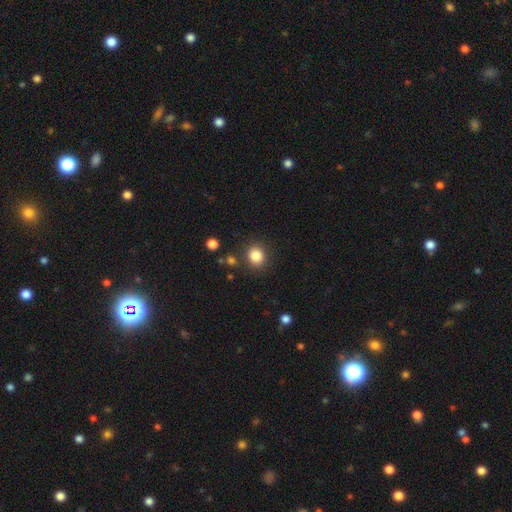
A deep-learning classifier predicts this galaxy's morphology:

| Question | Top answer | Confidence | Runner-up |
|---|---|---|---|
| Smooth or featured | smooth | 85% | star or artifact (10%) |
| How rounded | round | 75% | in between (25%) |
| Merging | none | 85% | minor disturbance (9%) |